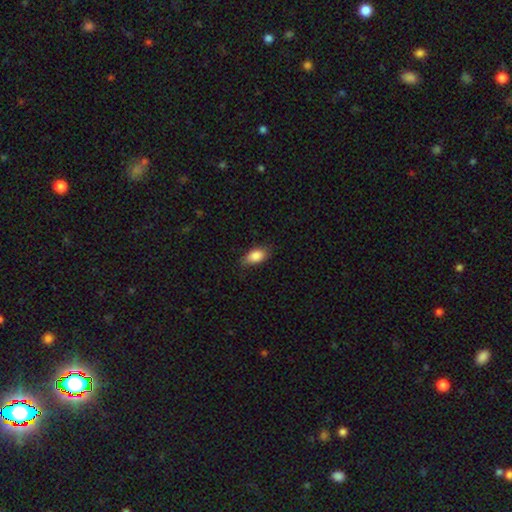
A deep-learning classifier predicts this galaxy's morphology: Smooth or featured?
  - smooth: 86% *
  - star or artifact: 7%
  - featured or disk: 6%
How rounded?
  - in between: 90% *
  - round: 6%
  - cigar-shaped: 5%
Merging?
  - none: 78% *
  - minor disturbance: 18%
  - major disturbance: 3%
  - merger: 1%